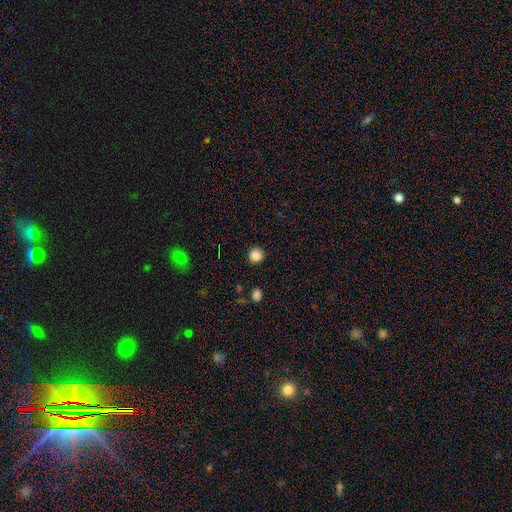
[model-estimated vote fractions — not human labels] Smooth or featured: smooth — 86% (star or artifact — 11%)
How rounded: round — 92% (in between — 7%)
Merging: none — 91% (minor disturbance — 6%)